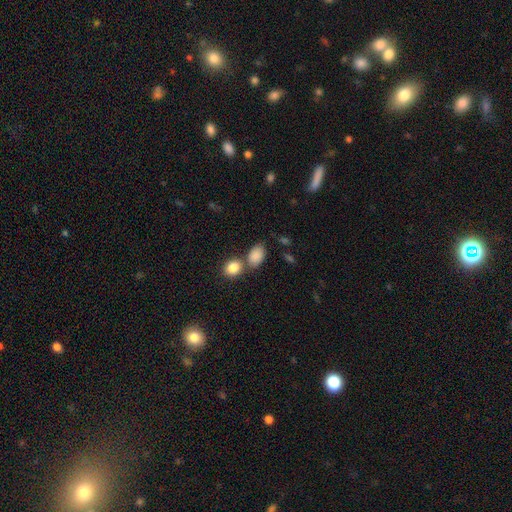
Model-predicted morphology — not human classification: Overall: smooth (86%). How rounded: in between (84%). Merging: none (54%; merger 28%).